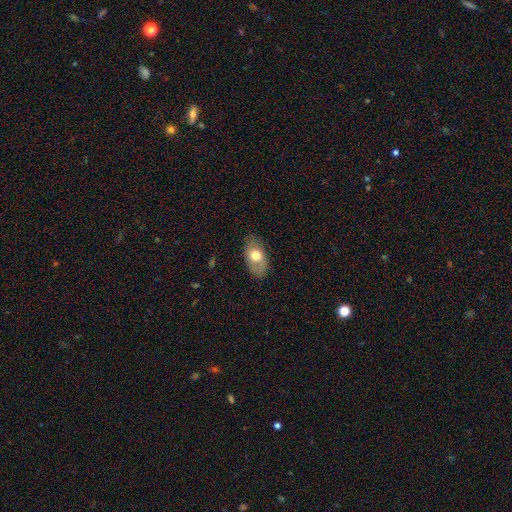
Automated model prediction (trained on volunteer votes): Smooth or featured?
  - smooth: 65% *
  - featured or disk: 28%
  - star or artifact: 6%
How rounded?
  - in between: 91% *
  - round: 7%
  - cigar-shaped: 2%
Merging?
  - none: 81% *
  - minor disturbance: 15%
  - major disturbance: 3%
  - merger: 1%